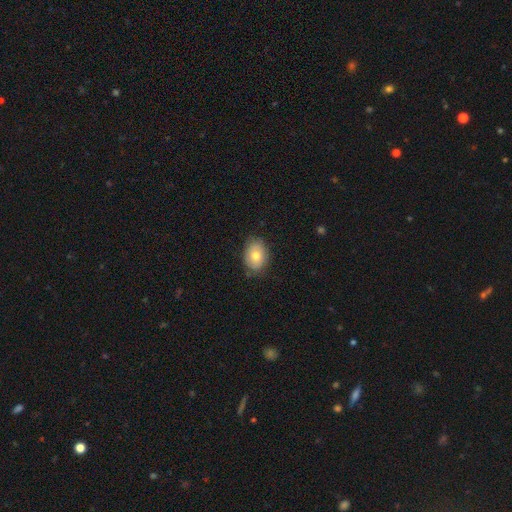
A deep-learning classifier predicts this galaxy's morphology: A smooth galaxy with no disk features (75%) that is in between round and cigar-shaped (72%).

Vote fractions:
- Smooth or featured? smooth: 75% / featured or disk: 17% / star or artifact: 8%
- How rounded? in between: 72% / round: 27% / cigar-shaped: 1%
- Merging? none: 80% / minor disturbance: 16% / major disturbance: 3% / merger: 1%